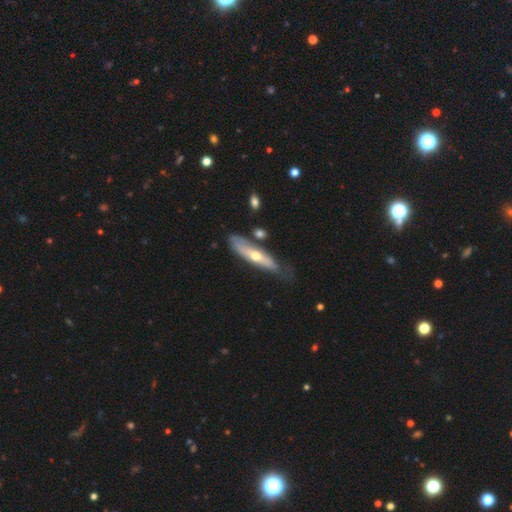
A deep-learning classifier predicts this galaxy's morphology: A featured or disk galaxy (55%) viewed edge-on (59%).

Vote fractions:
- Smooth or featured? featured or disk: 55% / smooth: 39% / star or artifact: 5%
- Edge-on disk? yes: 59% / no: 41%
- Merging? none: 58% / minor disturbance: 26% / major disturbance: 9% / merger: 7%